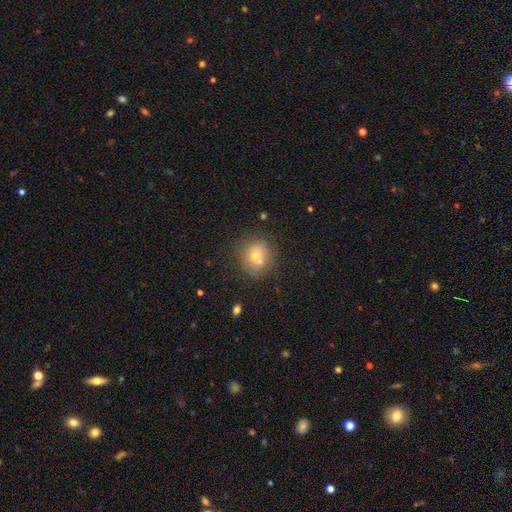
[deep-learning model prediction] Smooth or featured? smooth (66%)
How rounded? round (86%)
Merging? none (69%)